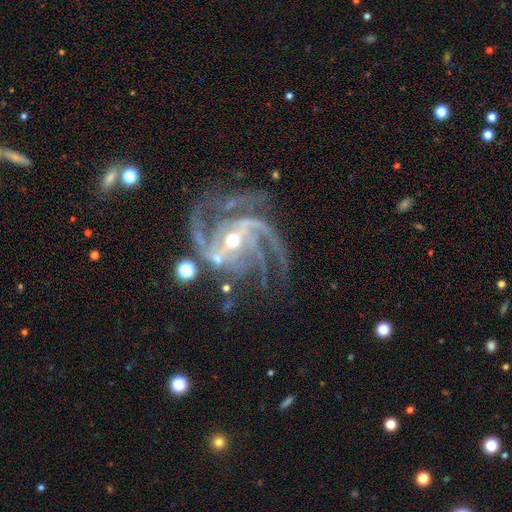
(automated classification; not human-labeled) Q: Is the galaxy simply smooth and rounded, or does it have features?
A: featured or disk — 89%.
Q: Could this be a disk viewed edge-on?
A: no — 98%.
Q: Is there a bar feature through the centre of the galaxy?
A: no — 37%.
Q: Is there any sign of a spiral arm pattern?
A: yes — 98%.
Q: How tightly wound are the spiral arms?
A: medium — 48%.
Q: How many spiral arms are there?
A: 3 — 32%.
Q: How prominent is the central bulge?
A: small — 68%.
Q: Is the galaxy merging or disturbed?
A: none — 58%.